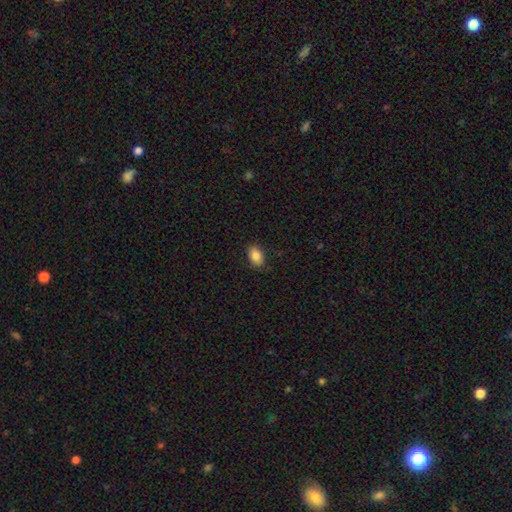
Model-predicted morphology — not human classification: A smooth galaxy with no disk features (86%) that is in between round and cigar-shaped (86%). Merging: none (85%).